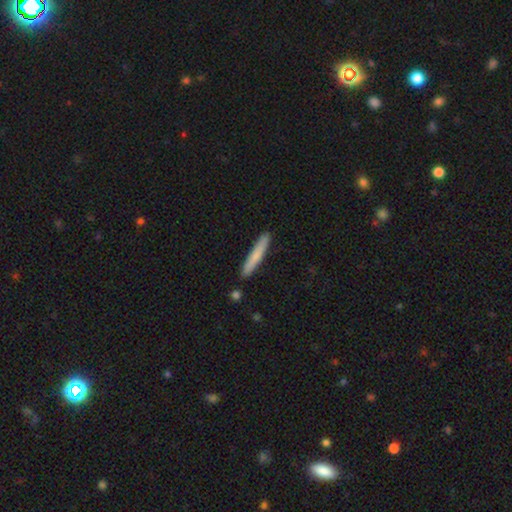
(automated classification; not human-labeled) A smooth galaxy with no disk features (74%) that is cigar-shaped (95%). Merging: none (89%).